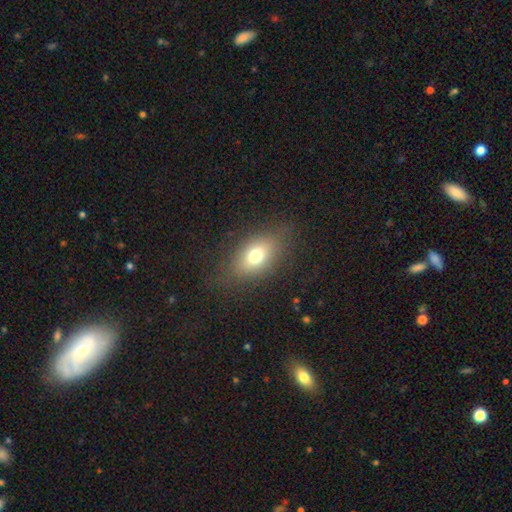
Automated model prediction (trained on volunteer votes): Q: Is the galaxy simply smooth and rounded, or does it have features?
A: smooth — 72%.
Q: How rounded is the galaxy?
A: in between — 80%.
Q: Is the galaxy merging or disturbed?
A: none — 79%.